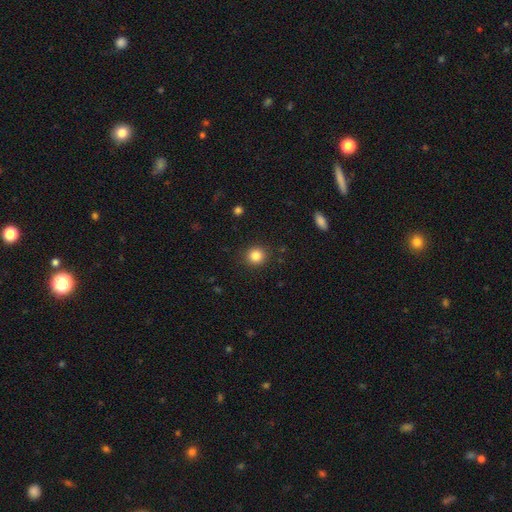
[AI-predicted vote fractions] This is clearly a smooth galaxy (84%). How rounded: clearly round (90%). Merging: clearly none (90%).